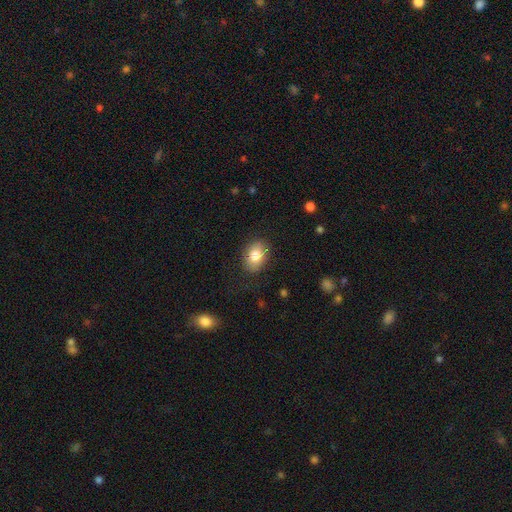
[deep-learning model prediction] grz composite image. It shows a smooth galaxy with no disk features (82%) that is in between round and cigar-shaped (79%). Merging: none (82%).